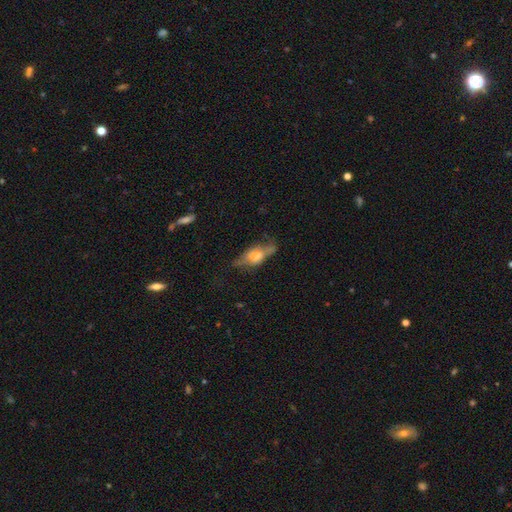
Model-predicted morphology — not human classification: This appears to be a featured or disk galaxy (51%) viewed edge-on (63%). Merging: none (54%).